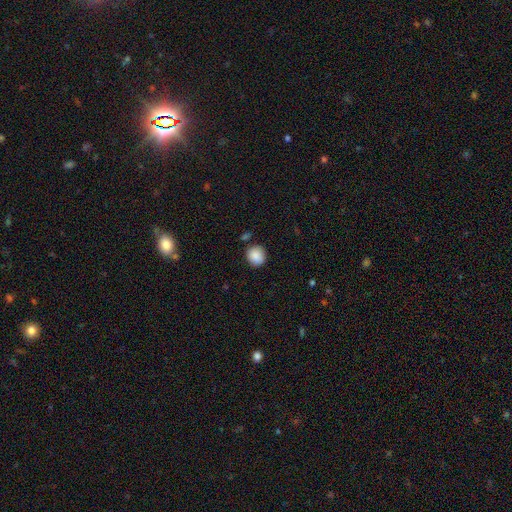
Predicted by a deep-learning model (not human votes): A smooth galaxy with no disk features (89%) that is round (83%).

Vote fractions:
- Smooth or featured? smooth: 89% / star or artifact: 8% / featured or disk: 4%
- How rounded? round: 83% / in between: 16% / cigar-shaped: 1%
- Merging? none: 83% / minor disturbance: 10% / merger: 4% / major disturbance: 3%